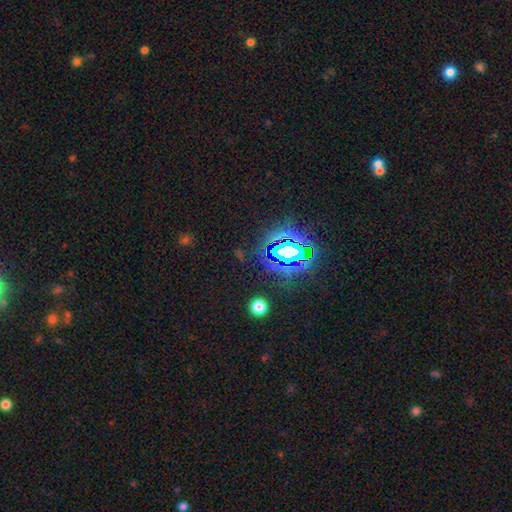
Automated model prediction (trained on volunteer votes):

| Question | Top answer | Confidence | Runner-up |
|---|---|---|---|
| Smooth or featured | star or artifact | 81% | smooth (11%) |